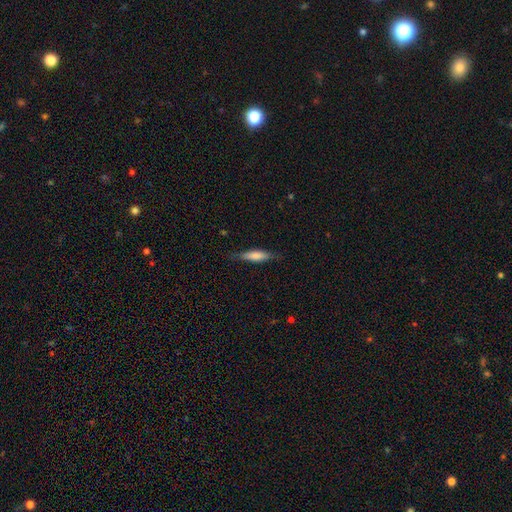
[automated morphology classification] type=smooth (69%); roundness=cigar-shaped (70%); merging=none (79%).